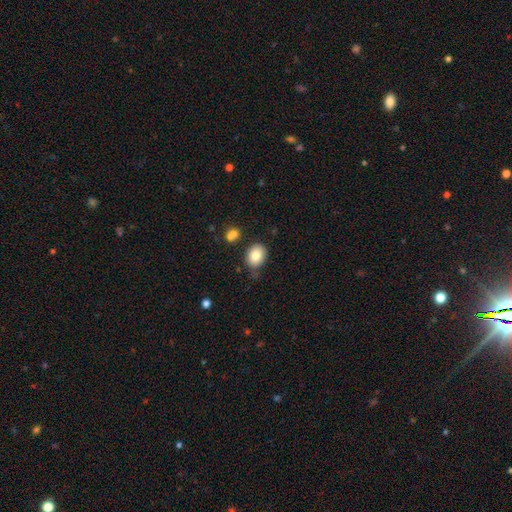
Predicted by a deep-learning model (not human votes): smooth_or_featured: smooth (p=0.82) [alt: featured or disk p=0.09]
how_rounded: in between (p=0.54) [alt: round p=0.46]
merging: none (p=0.77) [alt: minor disturbance p=0.15]